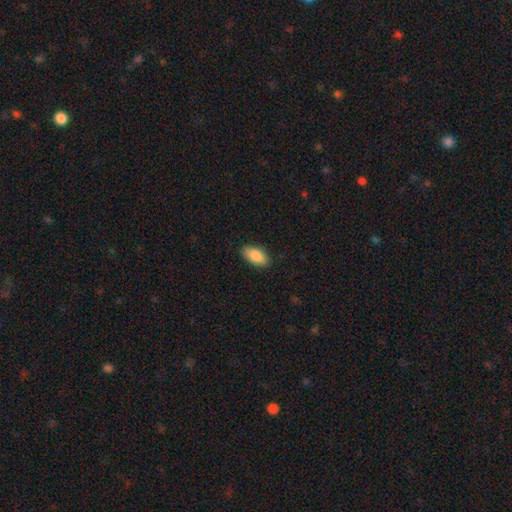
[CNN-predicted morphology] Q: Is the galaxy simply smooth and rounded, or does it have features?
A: smooth — 86%.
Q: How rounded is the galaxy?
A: in between — 90%.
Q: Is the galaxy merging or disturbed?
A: none — 88%.